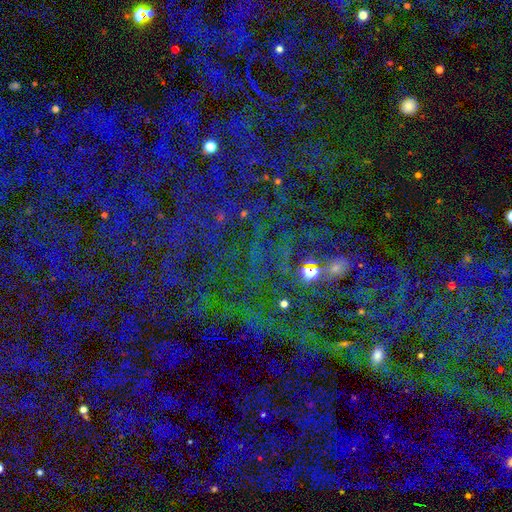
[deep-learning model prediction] Q: Smooth or featured?
A: star or artifact (78%); runner-up: smooth (13%)